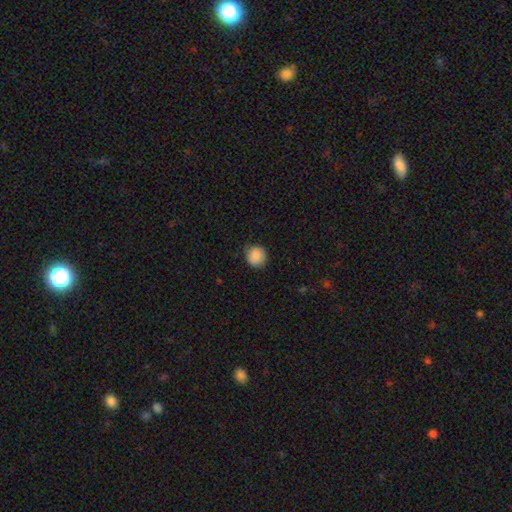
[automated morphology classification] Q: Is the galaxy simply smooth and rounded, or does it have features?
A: smooth — 88%.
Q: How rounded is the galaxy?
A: round — 90%.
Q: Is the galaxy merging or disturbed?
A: none — 83%.